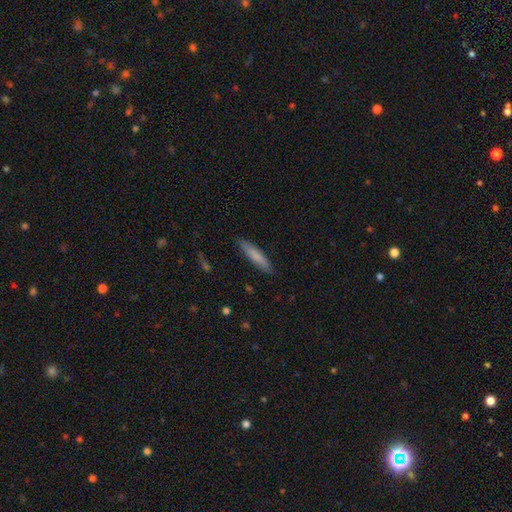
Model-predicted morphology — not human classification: Smooth or featured? Predicted: smooth (p=0.79). How rounded? Predicted: cigar-shaped (p=0.87). Merging? Predicted: none (p=0.88).